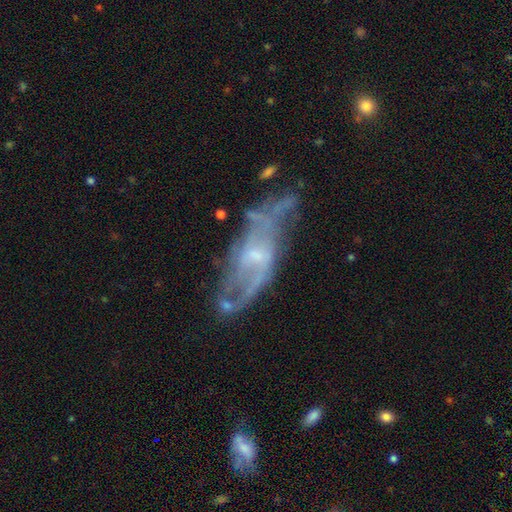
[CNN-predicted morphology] This is likely a featured or disk galaxy (75%). It is clearly not viewed edge-on (82%). Bar: possibly no (49%). Spiral arm pattern: likely yes (69%). Central bulge: likely small (61%). Merging: possibly none (55%).